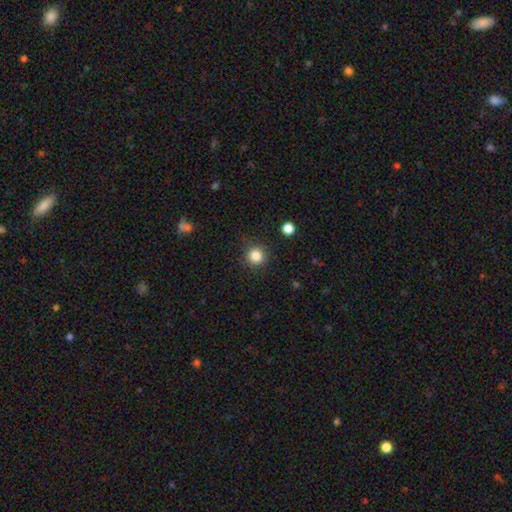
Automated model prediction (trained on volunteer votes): Smooth or featured? smooth (84%)
How rounded? round (93%)
Merging? none (87%)